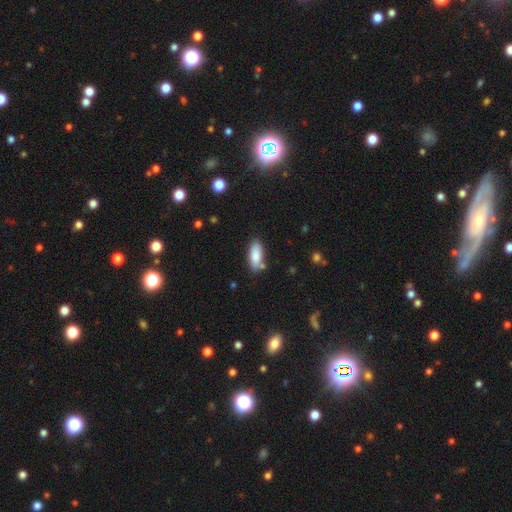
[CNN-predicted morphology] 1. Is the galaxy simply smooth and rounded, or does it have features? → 83% smooth, 10% featured or disk, 6% star or artifact.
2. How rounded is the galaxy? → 80% in between, 18% cigar-shaped, 2% round.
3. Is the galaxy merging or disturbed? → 76% none, 15% minor disturbance, 6% merger, 3% major disturbance.